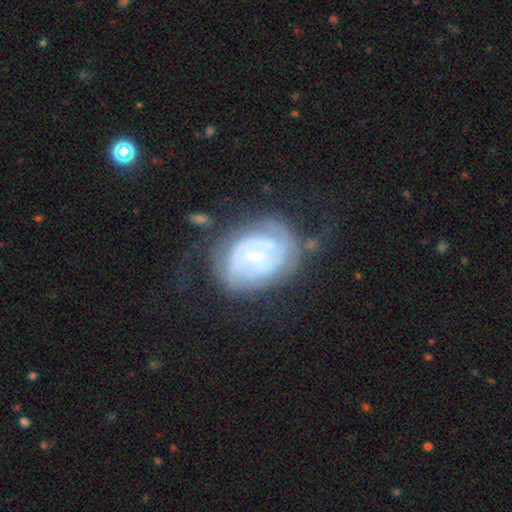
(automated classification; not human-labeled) This appears to be a featured or disk galaxy (70%) with no bar (57%), spiral arms (72%) and a small central bulge (57%). Merging: none (45%).